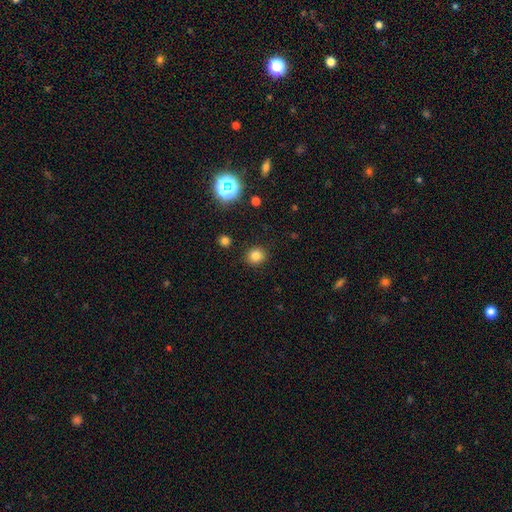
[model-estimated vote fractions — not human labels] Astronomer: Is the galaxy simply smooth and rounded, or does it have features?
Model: smooth — 81%.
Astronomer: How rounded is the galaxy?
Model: round — 84%.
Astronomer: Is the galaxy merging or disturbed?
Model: none — 90%.